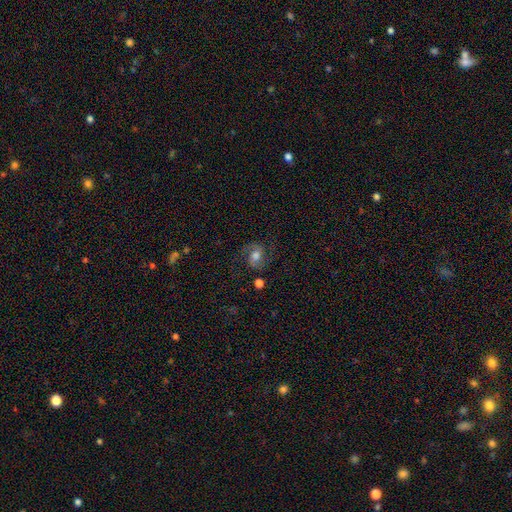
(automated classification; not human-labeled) A featured or disk galaxy (69%) with no bar (55%), 2 (91%) medium (53%) spiral arms (93%) and a moderate central bulge (56%). Merging: none (72%).